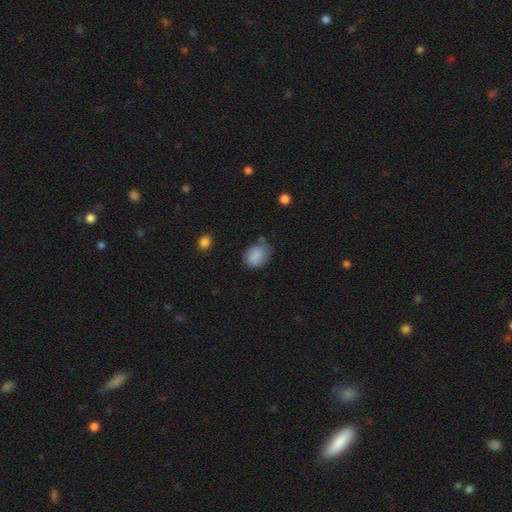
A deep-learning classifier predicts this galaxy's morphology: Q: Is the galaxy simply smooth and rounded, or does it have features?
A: smooth — 81%.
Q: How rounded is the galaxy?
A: in between — 51%.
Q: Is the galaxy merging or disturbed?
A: none — 49%.